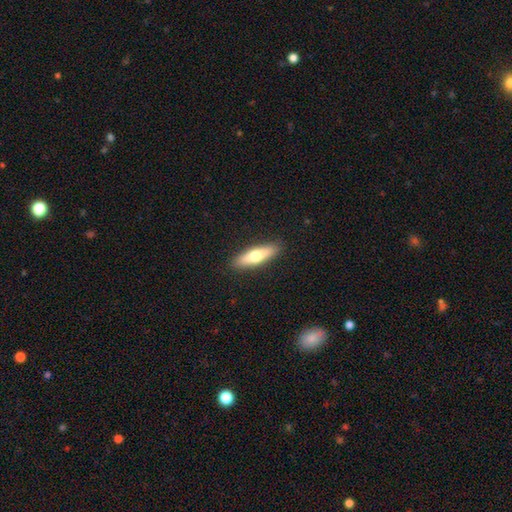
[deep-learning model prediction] Smooth or featured? Predicted: smooth (p=0.62). How rounded? Predicted: cigar-shaped (p=0.67). Merging? Predicted: none (p=0.90).